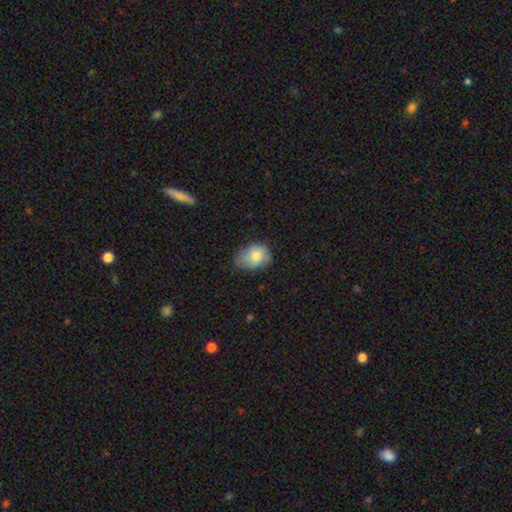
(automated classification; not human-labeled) Smooth or featured? smooth (77%)
How rounded? in between (68%)
Merging? none (50%)